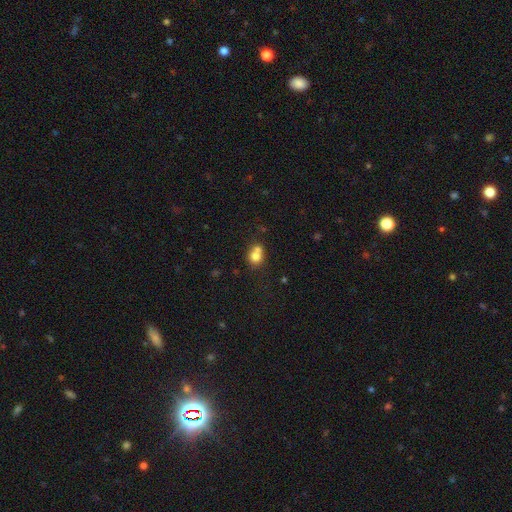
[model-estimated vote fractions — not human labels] This is likely a smooth galaxy (75%). How rounded: likely round (76%). Merging: possibly merger (52%).